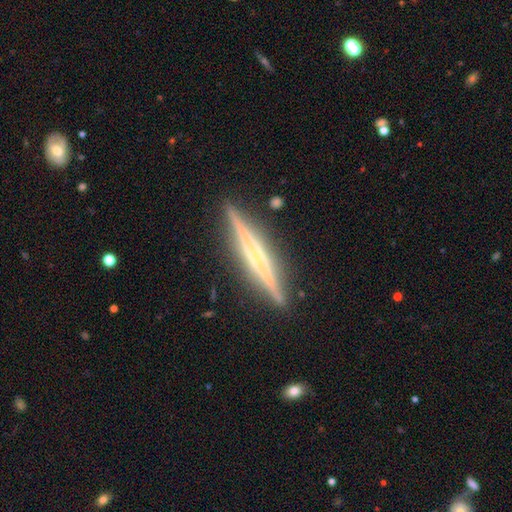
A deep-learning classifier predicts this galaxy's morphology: Smooth or featured?
  - featured or disk: 80% *
  - smooth: 14%
  - star or artifact: 6%
Edge-on disk?
  - yes: 98% *
  - no: 2%
Edge-on bulge?
  - rounded: 40% *
  - none: 31%
  - boxy: 29%
Merging?
  - none: 89% *
  - minor disturbance: 8%
  - major disturbance: 2%
  - merger: 1%